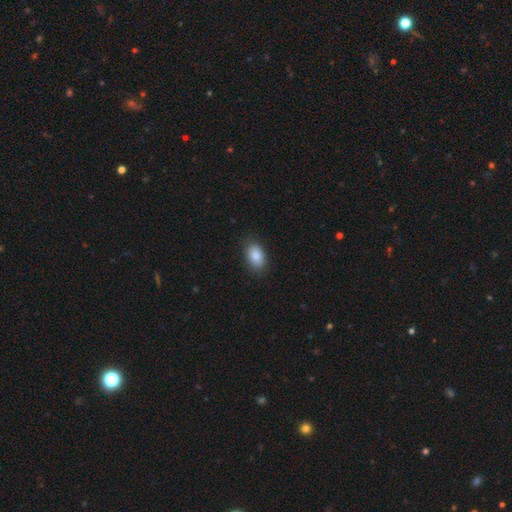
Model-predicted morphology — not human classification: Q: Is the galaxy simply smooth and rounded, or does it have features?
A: smooth — 88%.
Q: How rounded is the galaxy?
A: in between — 89%.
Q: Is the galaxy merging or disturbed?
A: none — 85%.